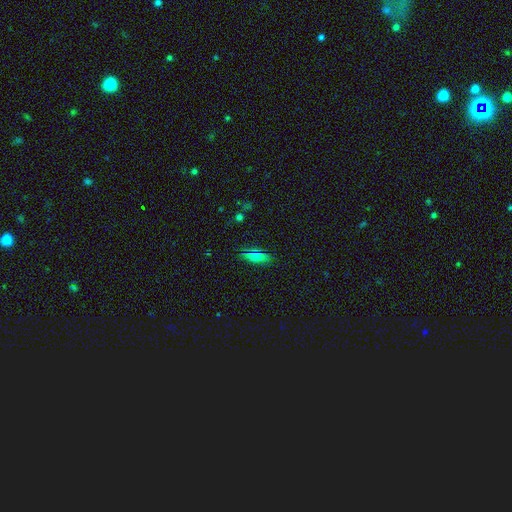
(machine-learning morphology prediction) The model was most divided on "how rounded": in between: 71%, cigar-shaped: 25%, round: 5%. More confident: merging — none (85%); smooth or featured — smooth (67%).